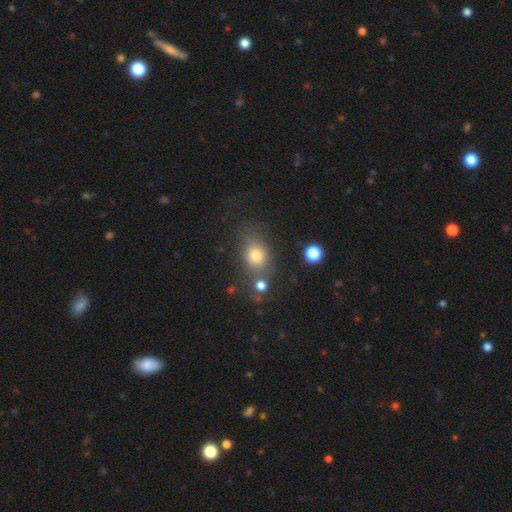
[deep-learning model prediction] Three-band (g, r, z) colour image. It shows a smooth galaxy with no disk features (76%) that is in between round and cigar-shaped (57%). Merging: none (64%).